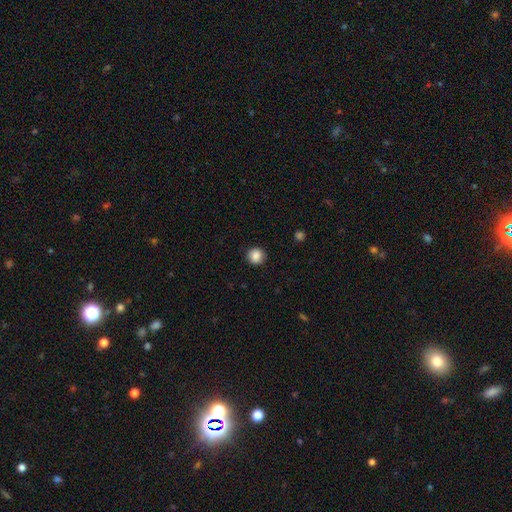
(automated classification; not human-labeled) smooth 87%, star or artifact 9%, featured or disk 3%. Down the decision tree: how rounded — round (91%); merging — none (89%).